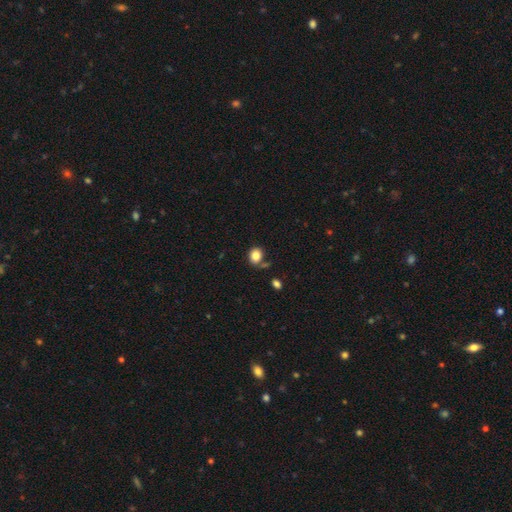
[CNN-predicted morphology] This is clearly a smooth galaxy (83%). How rounded: possibly round (59%). Merging: likely none (66%).